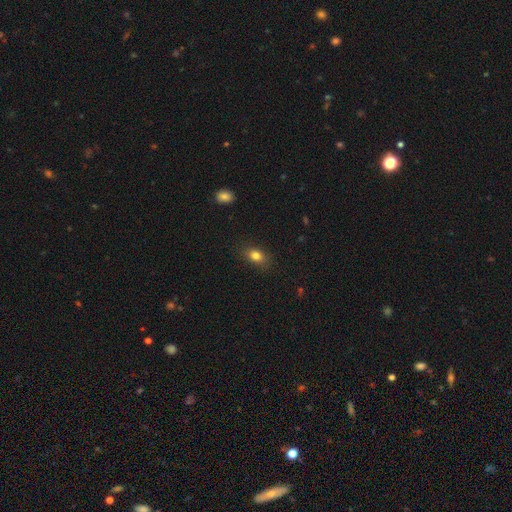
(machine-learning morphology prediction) A smooth galaxy with no disk features (83%) that is in between round and cigar-shaped (78%).

Vote fractions:
- Smooth or featured? smooth: 83% / star or artifact: 10% / featured or disk: 7%
- How rounded? in between: 78% / round: 19% / cigar-shaped: 3%
- Merging? none: 84% / minor disturbance: 12% / major disturbance: 3% / merger: 1%